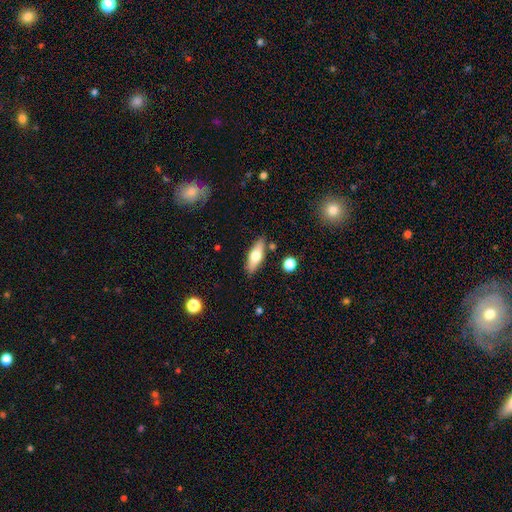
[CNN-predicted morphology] smooth 57%, featured or disk 37%, star or artifact 7%. Down the decision tree: how rounded — in between (59%); merging — none (83%).